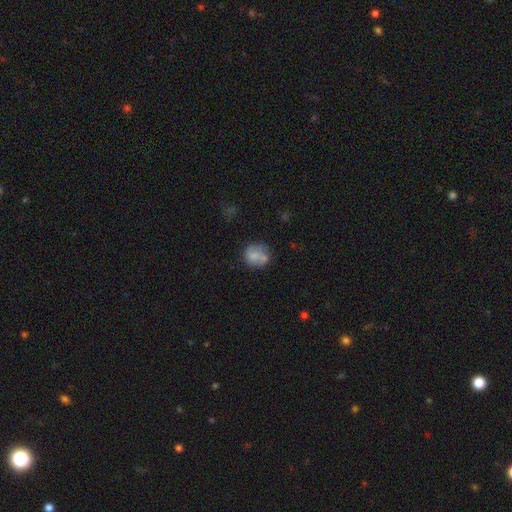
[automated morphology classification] Overall: smooth (63%; featured or disk 28%). How rounded: round (74%). Merging: none (48%; merger 22%).